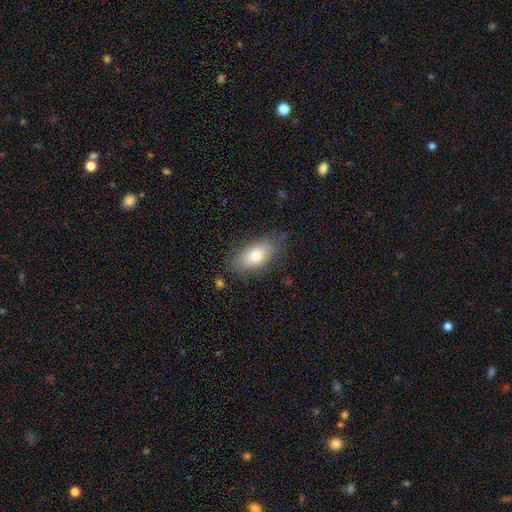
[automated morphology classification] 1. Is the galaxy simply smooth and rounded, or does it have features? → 76% smooth, 17% featured or disk, 7% star or artifact.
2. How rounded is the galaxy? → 90% in between, 5% round, 5% cigar-shaped.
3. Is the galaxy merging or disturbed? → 76% none, 18% minor disturbance, 4% major disturbance, 2% merger.